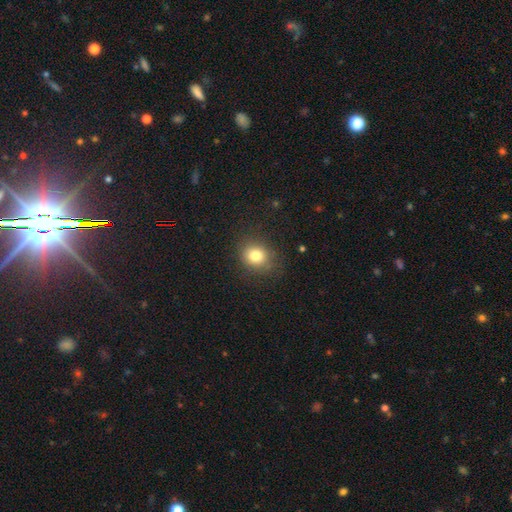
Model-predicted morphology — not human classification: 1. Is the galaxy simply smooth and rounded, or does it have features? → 80% smooth, 12% star or artifact, 8% featured or disk.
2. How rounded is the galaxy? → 73% round, 26% in between, 1% cigar-shaped.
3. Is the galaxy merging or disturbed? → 82% none, 12% minor disturbance, 4% major disturbance, 1% merger.